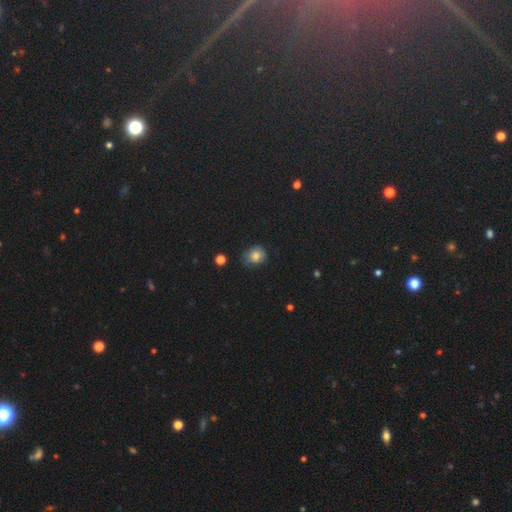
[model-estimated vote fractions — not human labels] Smooth or featured? Predicted: smooth (p=0.79). How rounded? Predicted: round (p=0.62). Merging? Predicted: none (p=0.65).